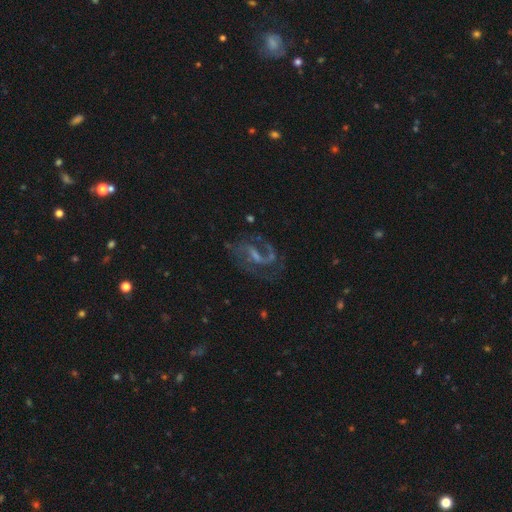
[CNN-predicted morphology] A featured or disk galaxy (82%) with a weak bar (48%), 2 (78%) medium (52%) spiral arms (93%) and a small central bulge (45%).

Vote fractions:
- Smooth or featured? featured or disk: 82% / star or artifact: 10% / smooth: 7%
- Edge-on disk? no: 97% / yes: 3%
- Bar? weak: 48% / strong: 33% / no: 20%
- Spiral arms? yes: 93% / no: 7%
- Spiral winding? medium: 52% / loose: 33% / tight: 15%
- Spiral arm count? 2: 78% / 1: 8% / can't tell: 7% / 3: 4% / 4: 2% / more than 4: 2%
- Bulge size? small: 45% / none: 30% / moderate: 21% / large: 3% / dominant: 1%
- Merging? none: 62% / major disturbance: 19% / minor disturbance: 16% / merger: 3%